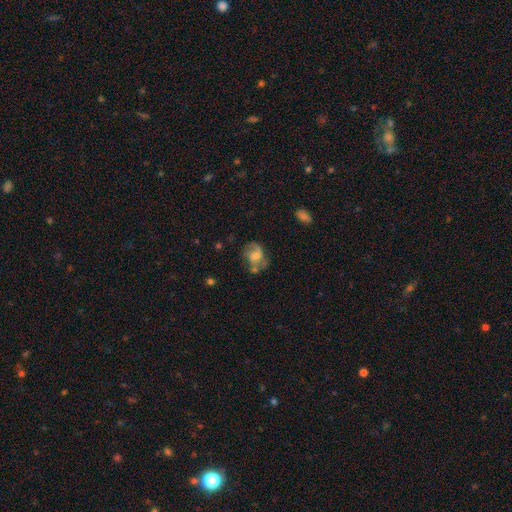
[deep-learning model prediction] featured or disk 61%, smooth 30%, star or artifact 8%. Down the decision tree: edge-on disk — no (97%); bar — no (58%); spiral arms — yes (82%); bulge size — moderate (52%); merging — none (50%).